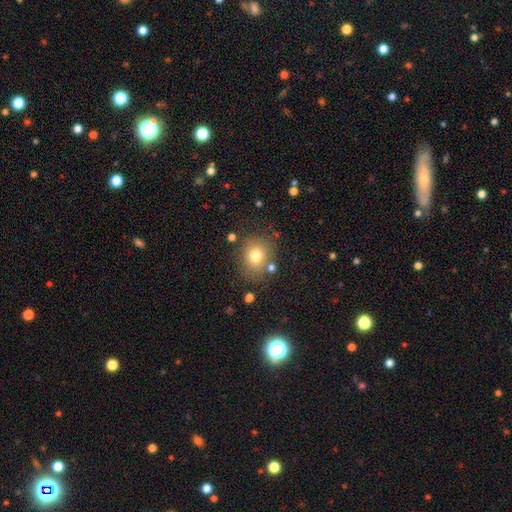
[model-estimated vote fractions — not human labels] Morphology: type=smooth (75%); roundness=round (72%); merging=none (77%).